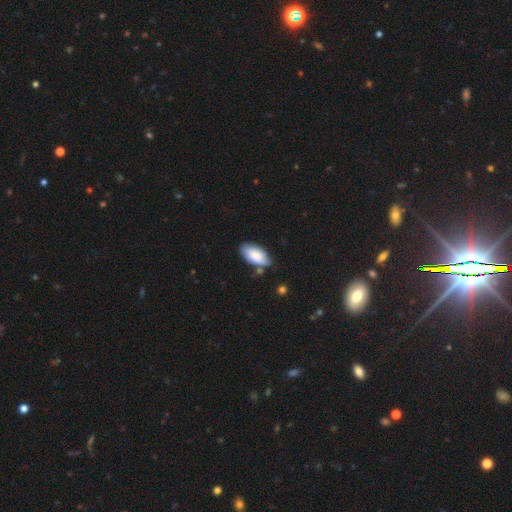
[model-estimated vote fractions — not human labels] Smooth or featured? smooth (79%)
How rounded? in between (94%)
Merging? none (68%)